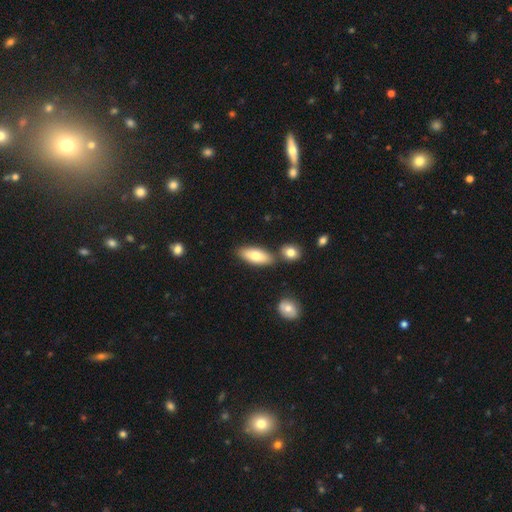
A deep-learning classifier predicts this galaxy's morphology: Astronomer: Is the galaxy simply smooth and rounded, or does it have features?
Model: smooth — 76%.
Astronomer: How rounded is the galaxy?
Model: in between — 78%.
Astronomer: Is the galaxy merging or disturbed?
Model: none — 74%.